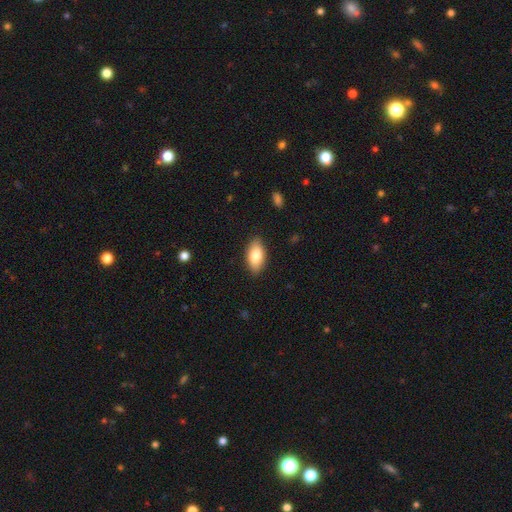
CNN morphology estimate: Smooth or featured: smooth — 83% (featured or disk — 10%)
How rounded: in between — 92% (cigar-shaped — 5%)
Merging: none — 87% (minor disturbance — 9%)